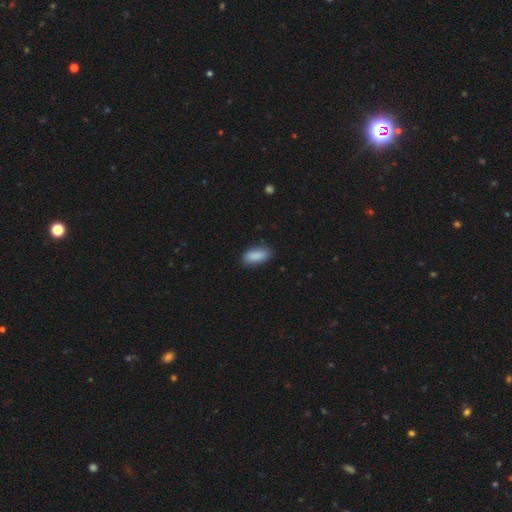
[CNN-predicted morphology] A smooth galaxy with no disk features (89%) that is in between round and cigar-shaped (86%).

Vote fractions:
- Smooth or featured? smooth: 89% / star or artifact: 7% / featured or disk: 5%
- How rounded? in between: 86% / cigar-shaped: 11% / round: 3%
- Merging? none: 82% / minor disturbance: 14% / major disturbance: 3% / merger: 1%